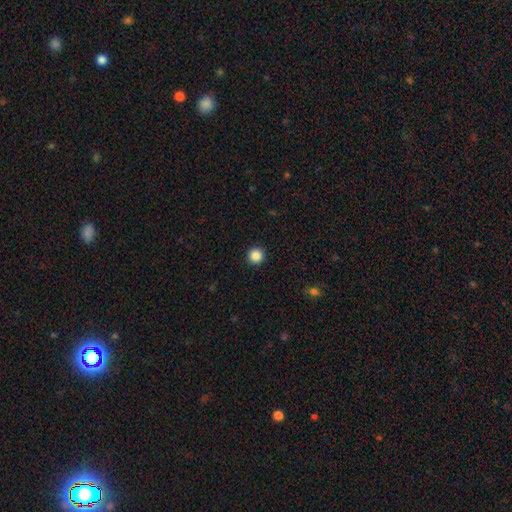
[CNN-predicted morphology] smooth 87%, star or artifact 10%, featured or disk 3%. Down the decision tree: how rounded — round (96%); merging — none (93%).